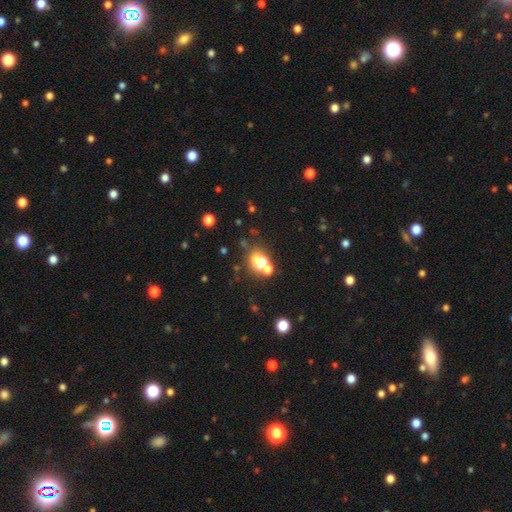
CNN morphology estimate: Overall: smooth (58%; star or artifact 26%). How rounded: round (50%; in between 49%). Merging: none (53%; merger 30%).